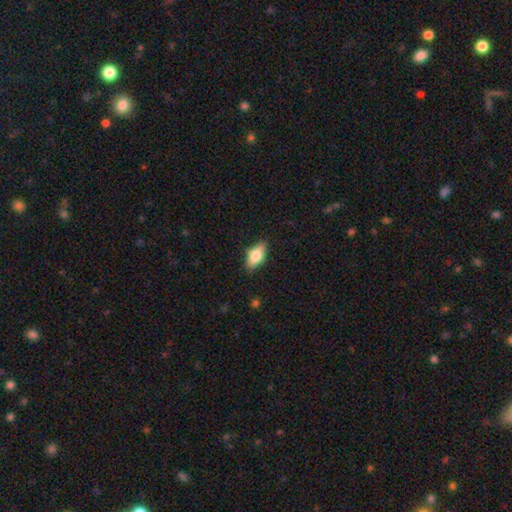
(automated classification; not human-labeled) Smooth or featured? Predicted: smooth (p=0.73). How rounded? Predicted: in between (p=0.85). Merging? Predicted: none (p=0.83).